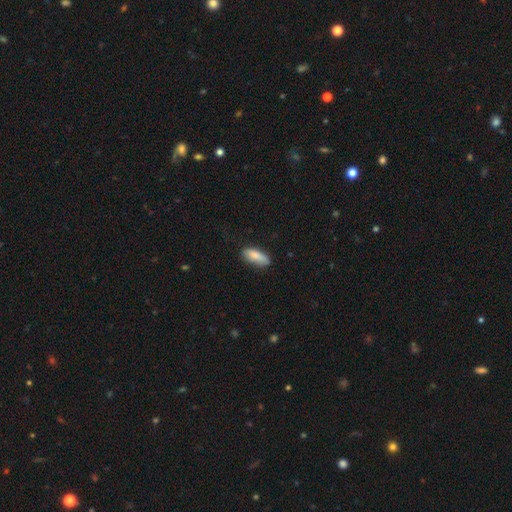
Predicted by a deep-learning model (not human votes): smooth 83%, featured or disk 10%, star or artifact 6%. Down the decision tree: how rounded — in between (65%); merging — none (75%).